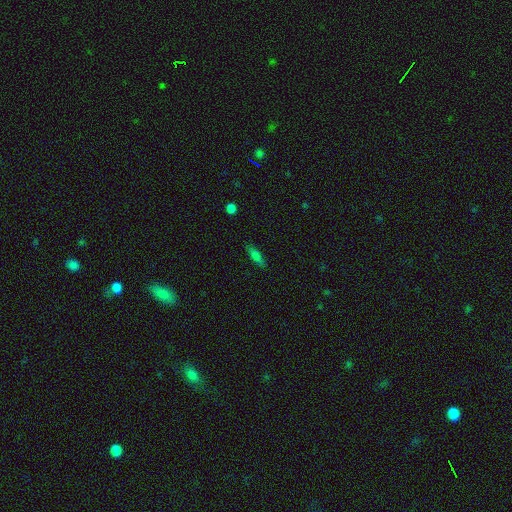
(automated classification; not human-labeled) Q: Smooth or featured?
A: smooth (69%); runner-up: featured or disk (21%)
Q: How rounded?
A: cigar-shaped (66%); runner-up: in between (31%)
Q: Merging?
A: none (86%); runner-up: minor disturbance (11%)